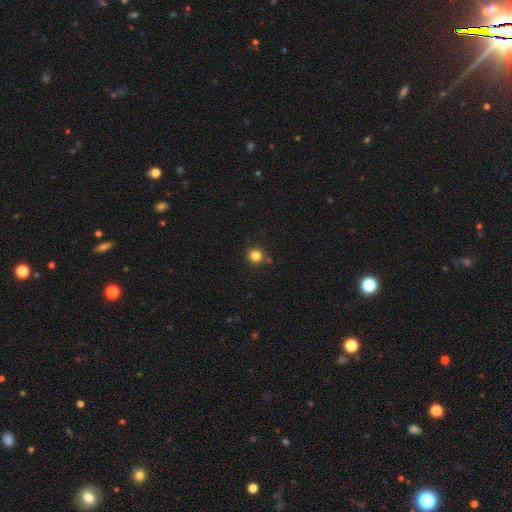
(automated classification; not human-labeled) smooth-or-featured: smooth: 82% | star or artifact: 13% | featured or disk: 5%
  how-rounded: round: 94% | in between: 5% | cigar-shaped: 1%
  merging: none: 85% | minor disturbance: 9% | merger: 4% | major disturbance: 2%